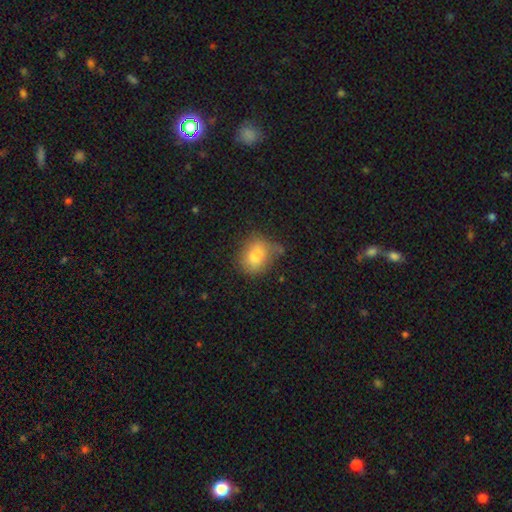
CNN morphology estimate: This appears to be a smooth galaxy with no disk features (79%) that is in between round and cigar-shaped (62%). Merging: none (53%).